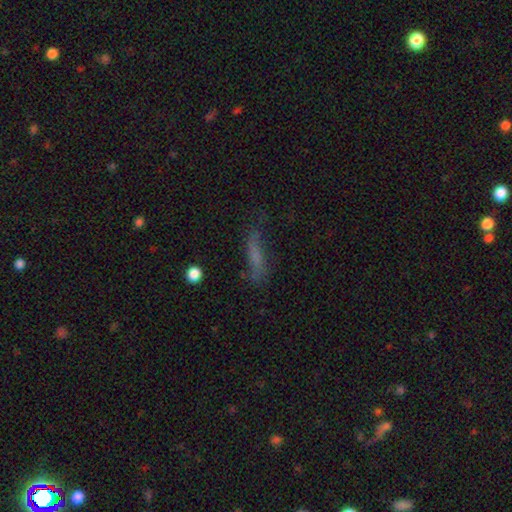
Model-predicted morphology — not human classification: A smooth galaxy with no disk features (54%) that is cigar-shaped (68%). Merging: none (56%).